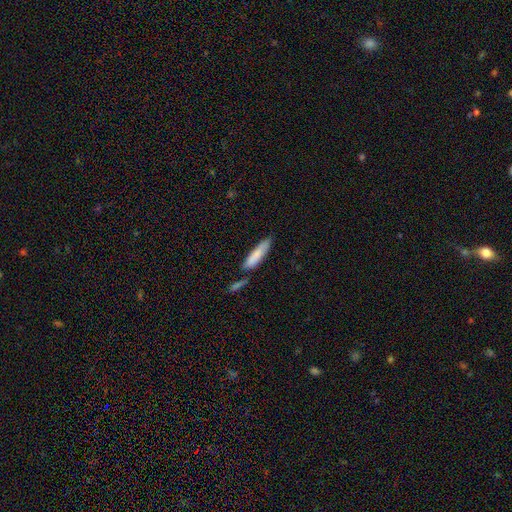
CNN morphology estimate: smooth 80%, featured or disk 14%, star or artifact 6%. Down the decision tree: how rounded — cigar-shaped (77%); merging — none (63%).